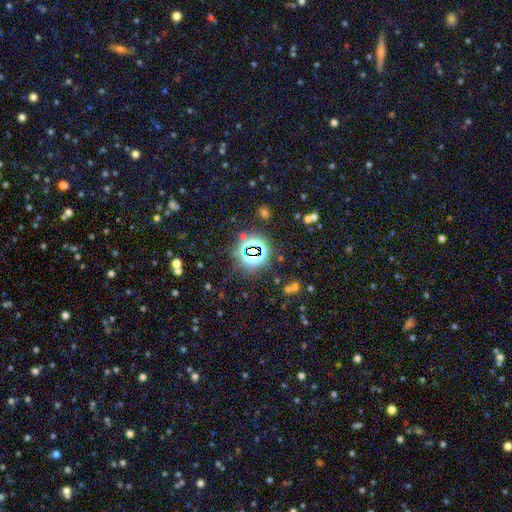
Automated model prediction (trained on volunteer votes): star or artifact 79%, smooth 13%, featured or disk 8%.